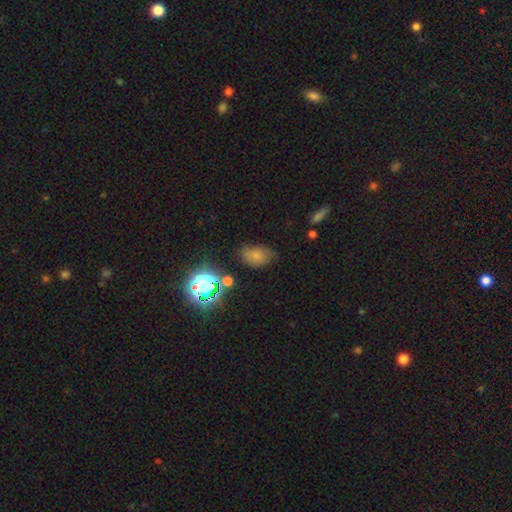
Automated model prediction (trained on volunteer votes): A smooth galaxy with no disk features (68%) that is in between round and cigar-shaped (82%). Merging: none (57%).